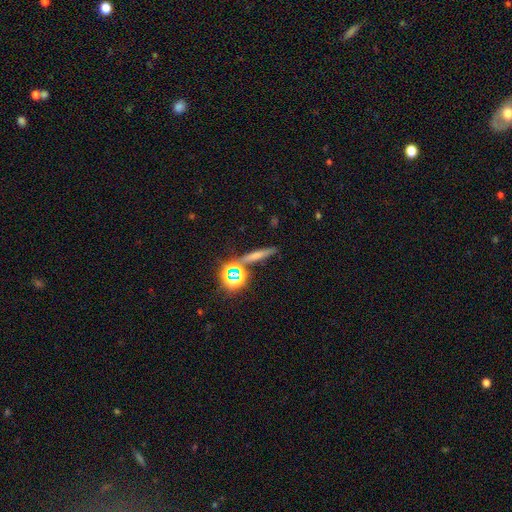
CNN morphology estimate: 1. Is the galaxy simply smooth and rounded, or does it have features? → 55% smooth, 23% star or artifact, 22% featured or disk.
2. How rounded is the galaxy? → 80% cigar-shaped, 11% round, 10% in between.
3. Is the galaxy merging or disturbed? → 79% none, 9% minor disturbance, 8% merger, 3% major disturbance.